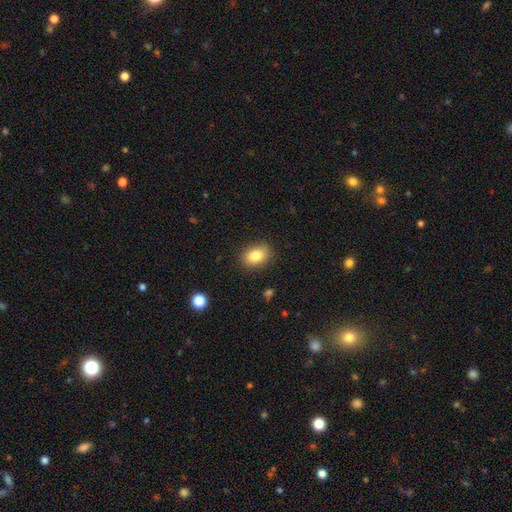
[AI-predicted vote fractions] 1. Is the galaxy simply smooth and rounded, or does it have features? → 84% smooth, 9% star or artifact, 8% featured or disk.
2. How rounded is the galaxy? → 74% in between, 24% round, 1% cigar-shaped.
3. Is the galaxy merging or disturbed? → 86% none, 10% minor disturbance, 3% major disturbance, 1% merger.